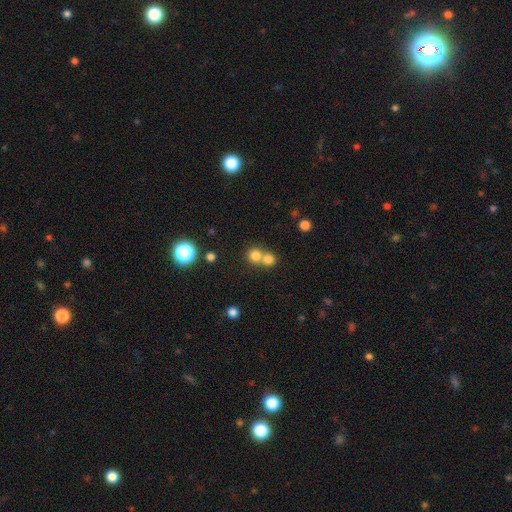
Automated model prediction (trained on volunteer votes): Morphology: type=smooth (77%); roundness=round (89%); merging=merger (49%).